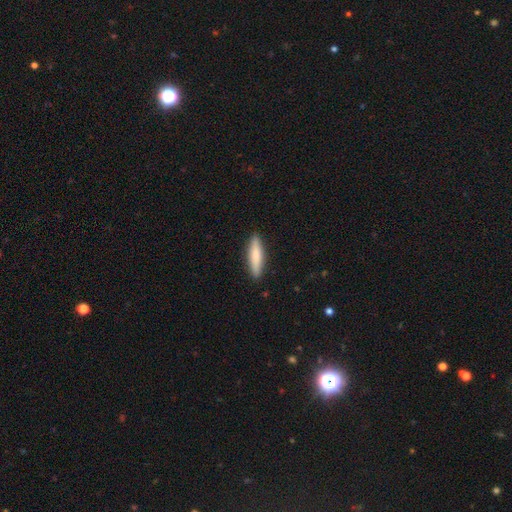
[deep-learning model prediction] Smooth or featured? smooth (78%)
How rounded? cigar-shaped (79%)
Merging? none (90%)